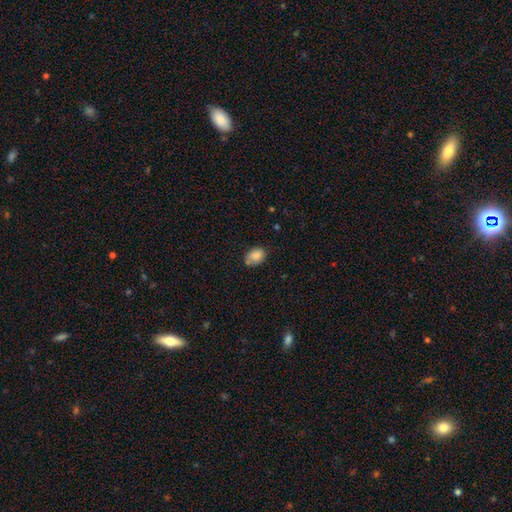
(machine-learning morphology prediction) A smooth galaxy with no disk features (81%) that is in between round and cigar-shaped (79%). Merging: none (63%).